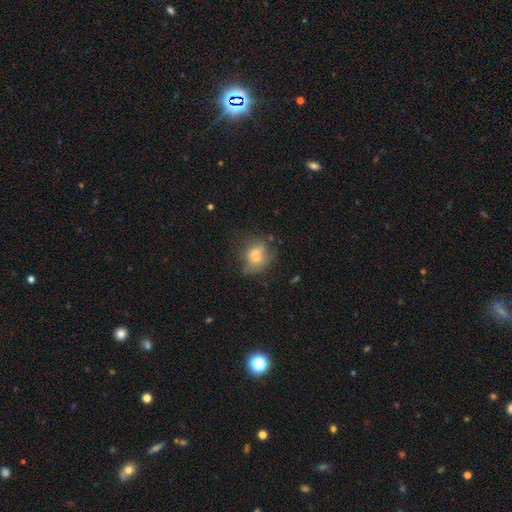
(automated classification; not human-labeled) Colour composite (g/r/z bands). It shows a smooth galaxy with no disk features (68%) that is in between round and cigar-shaped (50%). Merging: none (46%).